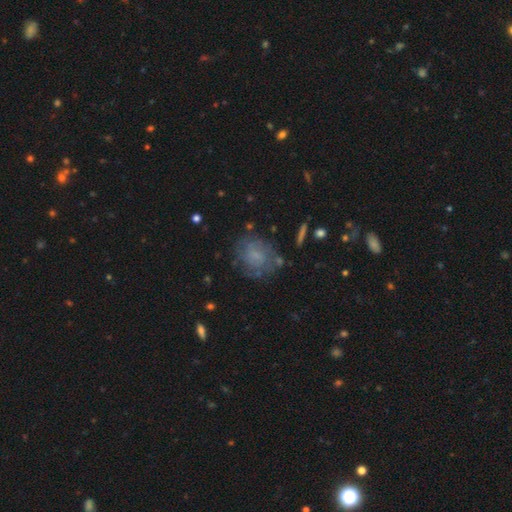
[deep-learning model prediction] The model was most divided on "smooth or featured": featured or disk: 45%, smooth: 42%, star or artifact: 13%. More confident: merging — none (64%).